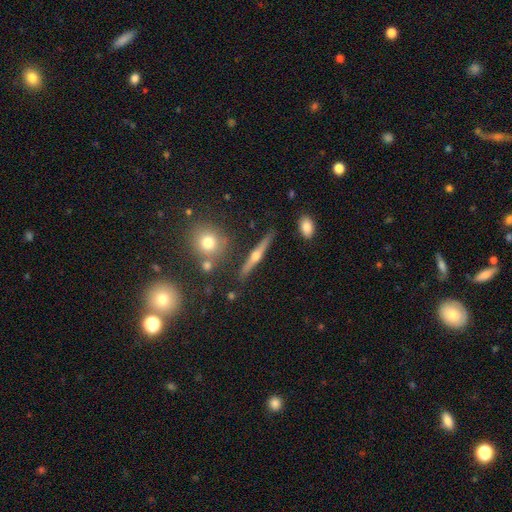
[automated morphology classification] This is likely a featured or disk galaxy (73%). It is clearly viewed edge-on (96%). Edge-on bulge: clearly rounded (94%). Merging: clearly none (86%).